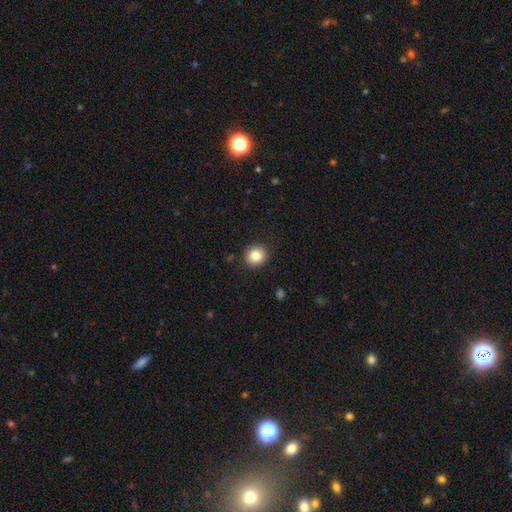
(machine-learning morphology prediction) smooth 85%, star or artifact 10%, featured or disk 5%. Down the decision tree: how rounded — round (88%); merging — none (91%).